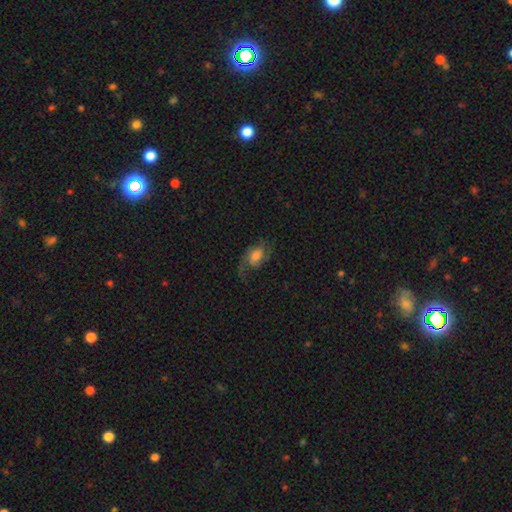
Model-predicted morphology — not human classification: featured or disk 63%, smooth 28%, star or artifact 9%. Down the decision tree: edge-on disk — no (96%); bar — no (60%); spiral arms — yes (91%); spiral arm count — 2 (70%); spiral winding — loose (50%); bulge size — moderate (39%); merging — none (57%).